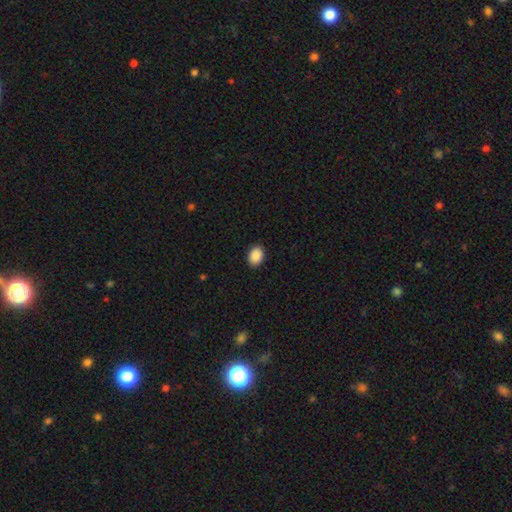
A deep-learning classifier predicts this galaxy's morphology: This is clearly a smooth galaxy (90%). How rounded: likely in between (75%). Merging: clearly none (91%).